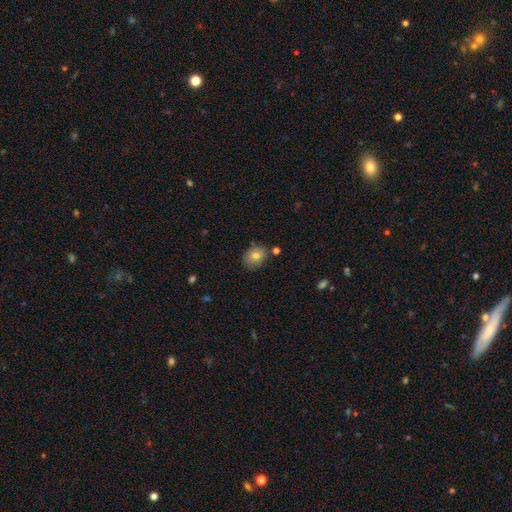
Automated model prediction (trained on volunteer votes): This is likely a smooth galaxy (79%). How rounded: possibly in between (56%). Merging: likely none (73%).